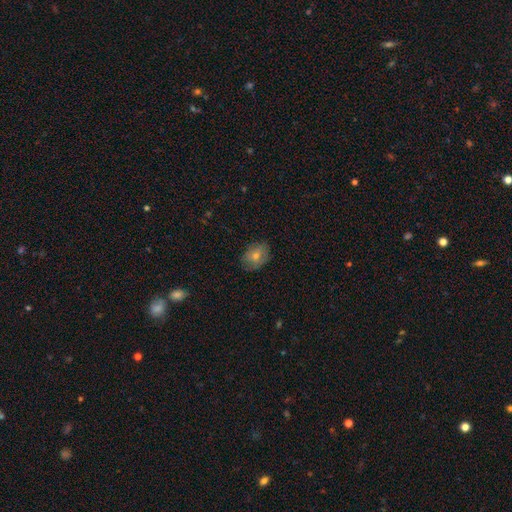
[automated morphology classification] Smooth or featured?
  - smooth: 64% *
  - featured or disk: 25%
  - star or artifact: 12%
How rounded?
  - in between: 61% *
  - round: 37%
  - cigar-shaped: 1%
Merging?
  - none: 80% *
  - minor disturbance: 16%
  - major disturbance: 4%
  - merger: 1%